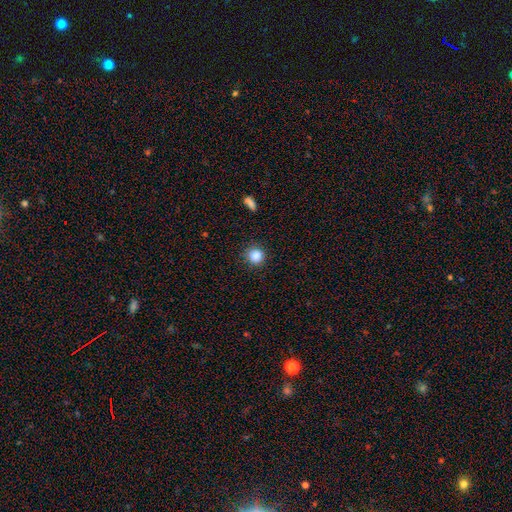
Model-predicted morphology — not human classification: A smooth galaxy with no disk features (86%) that is round (93%).

Vote fractions:
- Smooth or featured? smooth: 86% / star or artifact: 11% / featured or disk: 4%
- How rounded? round: 93% / in between: 6% / cigar-shaped: 1%
- Merging? none: 90% / minor disturbance: 7% / major disturbance: 2% / merger: 1%